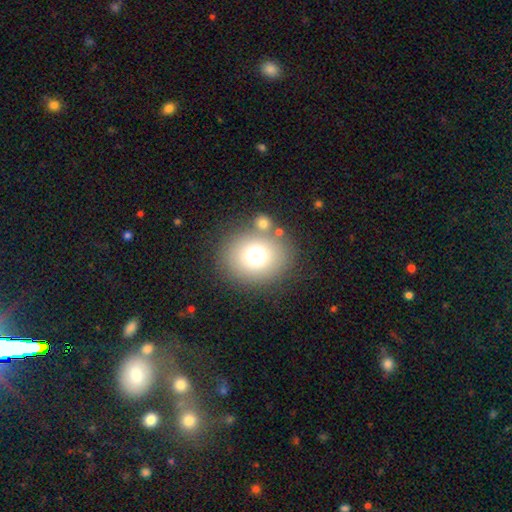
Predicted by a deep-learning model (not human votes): This appears to be a smooth galaxy with no disk features (72%) that is round (76%). Merging: none (74%).